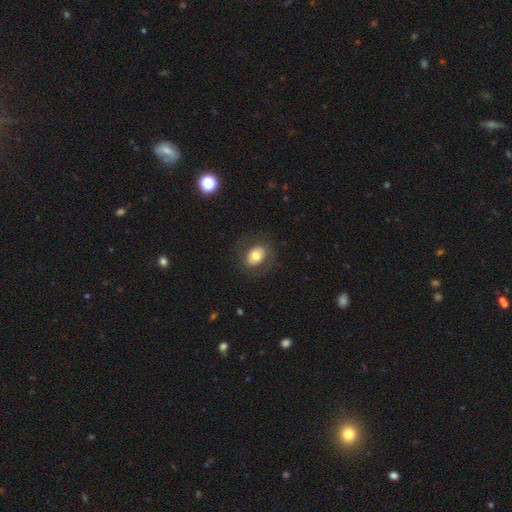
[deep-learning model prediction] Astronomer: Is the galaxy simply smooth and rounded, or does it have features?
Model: smooth — 62%.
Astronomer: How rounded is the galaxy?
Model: in between — 64%.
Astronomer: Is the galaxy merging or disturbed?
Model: none — 75%.